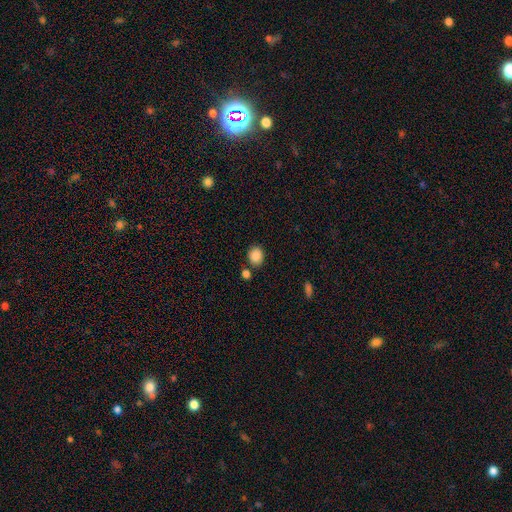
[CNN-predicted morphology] smooth_or_featured: smooth (p=0.87) [alt: star or artifact p=0.09]
how_rounded: round (p=0.59) [alt: in between p=0.40]
merging: none (p=0.76) [alt: minor disturbance p=0.11]